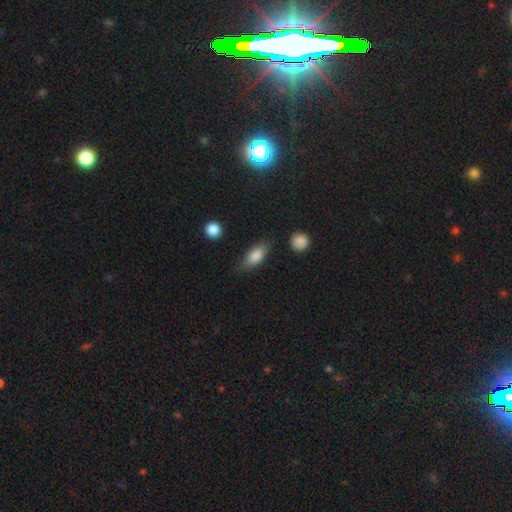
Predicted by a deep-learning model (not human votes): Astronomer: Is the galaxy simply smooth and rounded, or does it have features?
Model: smooth — 80%.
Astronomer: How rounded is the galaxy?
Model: in between — 77%.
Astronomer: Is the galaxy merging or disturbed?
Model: none — 71%.